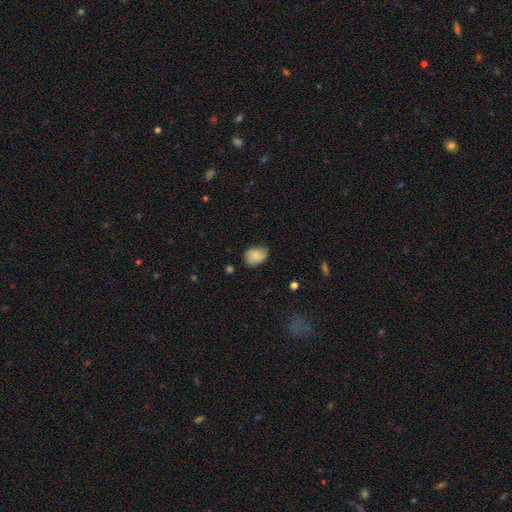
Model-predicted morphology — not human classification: This is likely a smooth galaxy (80%). How rounded: likely in between (63%). Merging: likely none (65%).